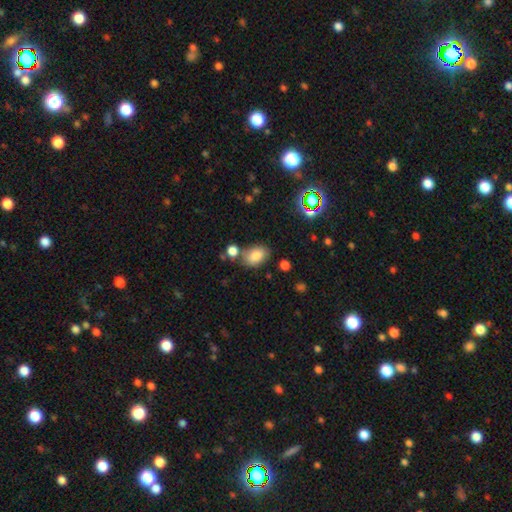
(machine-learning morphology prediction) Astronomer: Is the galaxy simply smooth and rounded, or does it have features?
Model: smooth — 81%.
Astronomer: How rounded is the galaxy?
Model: in between — 82%.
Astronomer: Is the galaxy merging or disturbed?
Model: none — 69%.